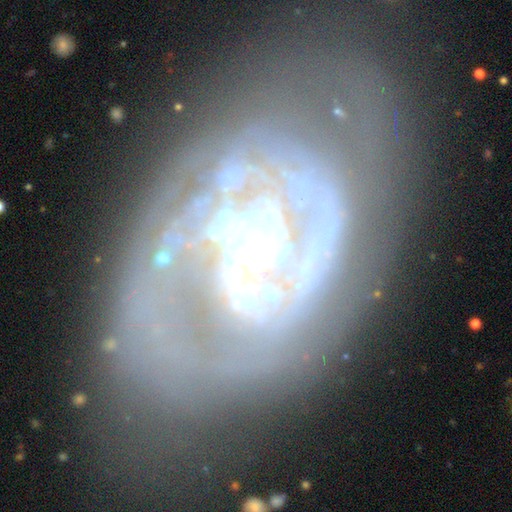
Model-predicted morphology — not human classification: This is clearly a featured or disk galaxy (80%). It is clearly not viewed edge-on (97%). Bar: possibly no (45%). Spiral arm pattern: likely yes (68%). Spiral arm count: marginally can't tell (37%). Spiral winding: possibly tight (55%). Central bulge: marginally small (41%). Merging: possibly none (50%).